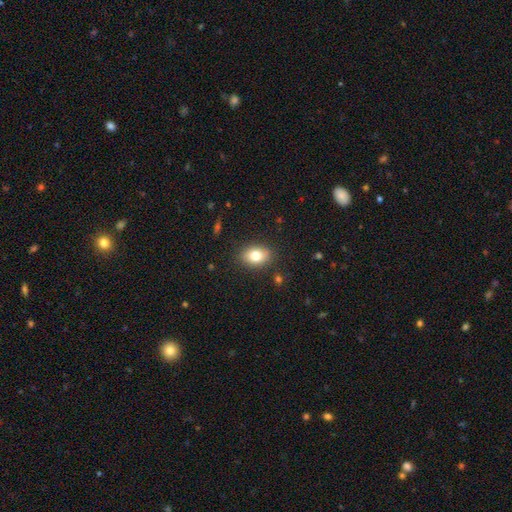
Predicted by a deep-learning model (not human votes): This is likely a smooth galaxy (79%). How rounded: likely in between (77%). Merging: clearly none (87%).